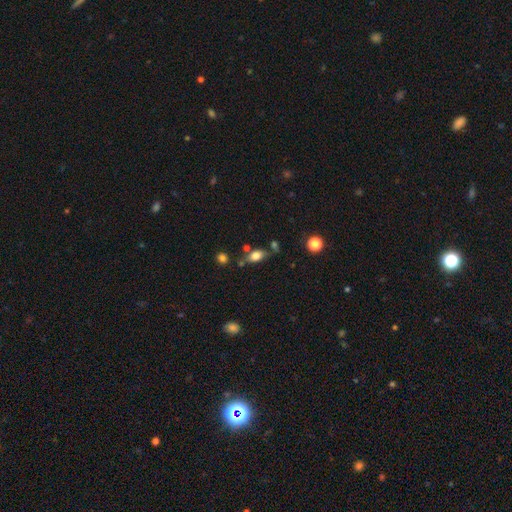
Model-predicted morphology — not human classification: smooth-or-featured: smooth: 76% | featured or disk: 14% | star or artifact: 10%
  how-rounded: in between: 85% | round: 9% | cigar-shaped: 6%
  merging: none: 64% | minor disturbance: 17% | merger: 12% | major disturbance: 6%